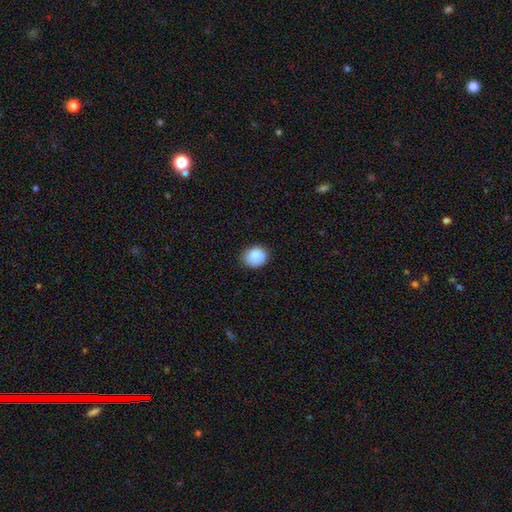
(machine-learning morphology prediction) type=smooth (87%); roundness=round (69%); merging=none (76%).